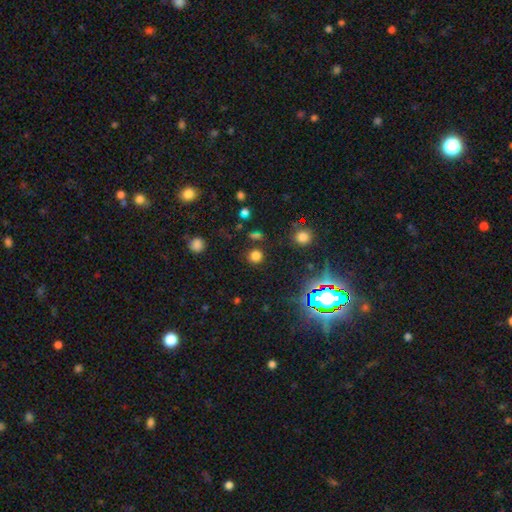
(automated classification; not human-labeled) Morphology: type=smooth (73%); roundness=round (90%); merging=none (86%).